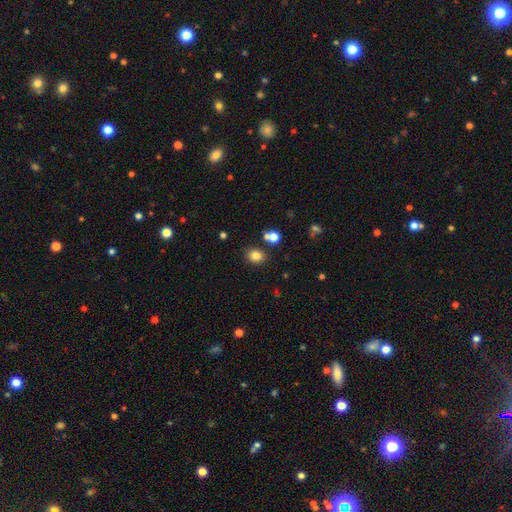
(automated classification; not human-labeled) Smooth or featured: smooth — 81% (star or artifact — 13%)
How rounded: round — 60% (in between — 39%)
Merging: none — 80% (minor disturbance — 9%)